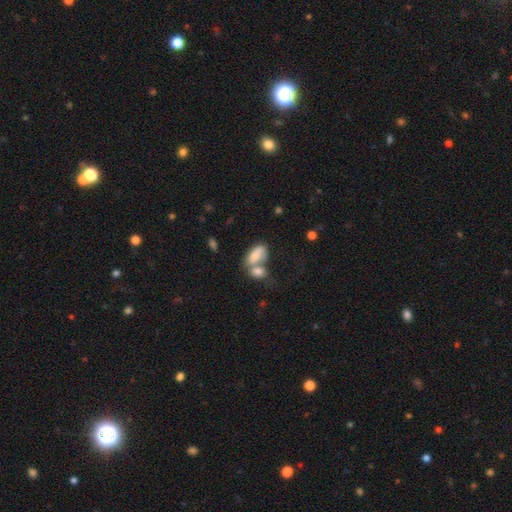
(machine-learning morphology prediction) Smooth or featured? Predicted: smooth (p=0.74). How rounded? Predicted: in between (p=0.90). Merging? Predicted: merger (p=0.60).